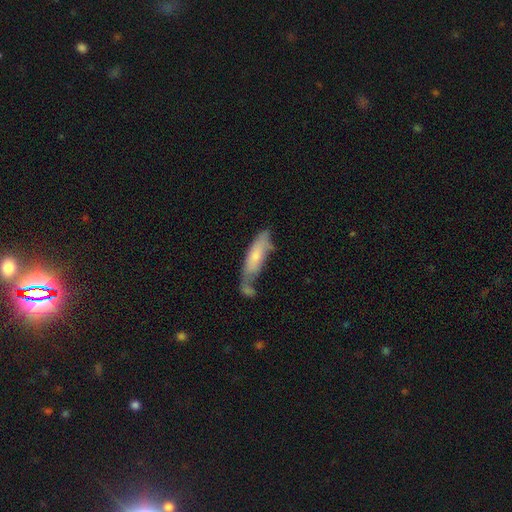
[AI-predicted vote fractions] Smooth or featured? Predicted: smooth (p=0.62). How rounded? Predicted: cigar-shaped (p=0.59). Merging? Predicted: none (p=0.40).